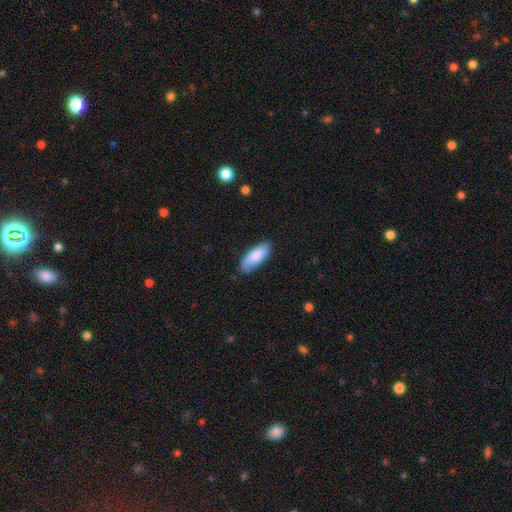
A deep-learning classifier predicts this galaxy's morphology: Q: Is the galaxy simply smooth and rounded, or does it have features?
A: smooth — 82%.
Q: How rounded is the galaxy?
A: in between — 80%.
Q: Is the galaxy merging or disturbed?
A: none — 79%.